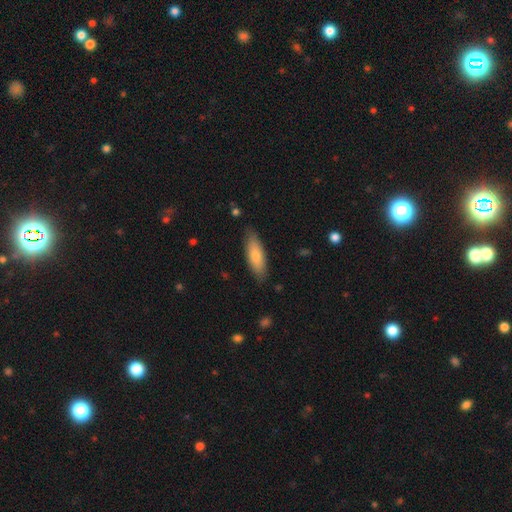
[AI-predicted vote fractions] A smooth galaxy with no disk features (76%) that is in between round and cigar-shaped (62%).

Vote fractions:
- Smooth or featured? smooth: 76% / featured or disk: 18% / star or artifact: 6%
- How rounded? in between: 62% / cigar-shaped: 36% / round: 2%
- Merging? none: 82% / minor disturbance: 14% / major disturbance: 3% / merger: 1%